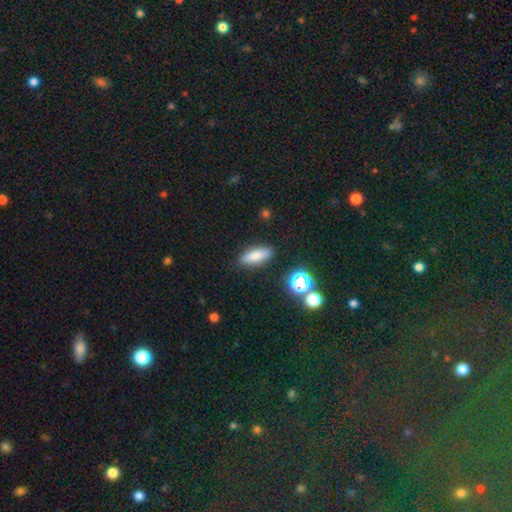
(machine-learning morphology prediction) Smooth or featured? Predicted: smooth (p=0.75). How rounded? Predicted: in between (p=0.51). Merging? Predicted: none (p=0.87).